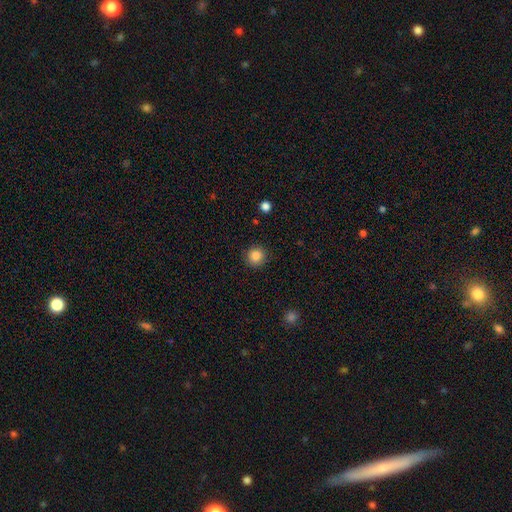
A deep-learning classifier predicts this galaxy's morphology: This is clearly a smooth galaxy (87%). How rounded: clearly round (93%). Merging: clearly none (89%).